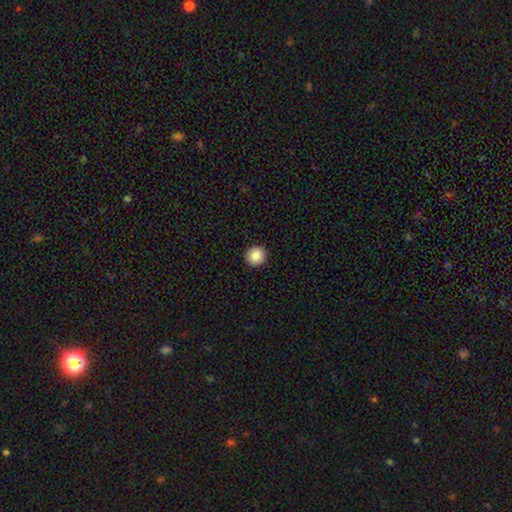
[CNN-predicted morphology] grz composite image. It shows a smooth galaxy with no disk features (87%) that is round (94%). Merging: none (94%).